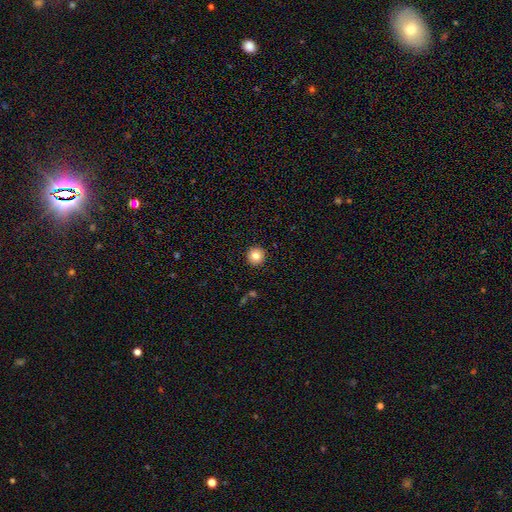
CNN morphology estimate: smooth_or_featured: smooth (p=0.83) [alt: star or artifact p=0.10]
how_rounded: round (p=0.94) [alt: in between p=0.05]
merging: none (p=0.92) [alt: minor disturbance p=0.05]